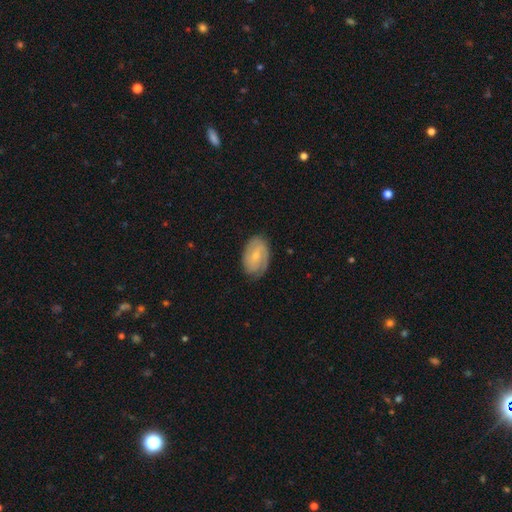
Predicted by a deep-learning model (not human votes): The model was most divided on "bar": weak: 46%, no: 42%, strong: 12%. Remaining: edge-on disk — no (96%); spiral arms — yes (89%); merging — none (74%); smooth or featured — featured or disk (66%); bulge size — small (65%); spiral arm count — 2 (57%); spiral winding — tight (49%).